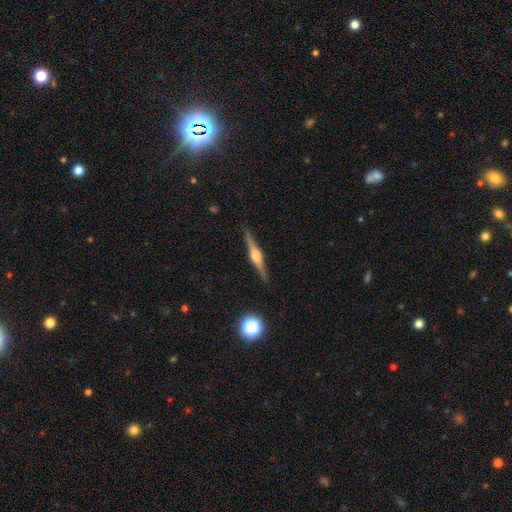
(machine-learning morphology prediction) smooth-or-featured: featured or disk: 81% | smooth: 13% | star or artifact: 6%
  disk-edge-on: yes: 98% | no: 2%
    edge-on-bulge: rounded: 88% | boxy: 10% | none: 2%
  merging: none: 91% | minor disturbance: 7% | major disturbance: 1% | merger: 1%